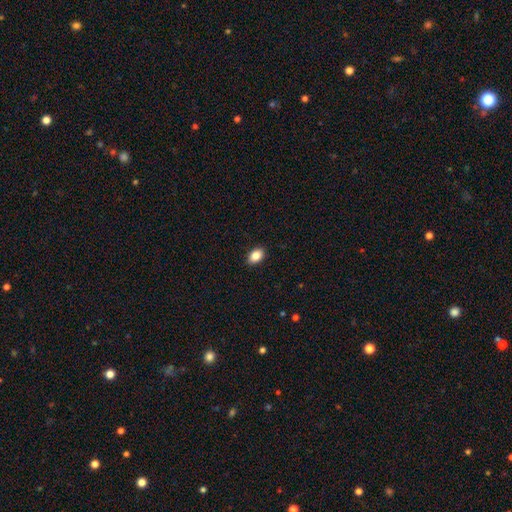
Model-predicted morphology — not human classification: smooth_or_featured: smooth (p=0.86) [alt: star or artifact p=0.08]
how_rounded: in between (p=0.86) [alt: round p=0.13]
merging: none (p=0.90) [alt: minor disturbance p=0.07]